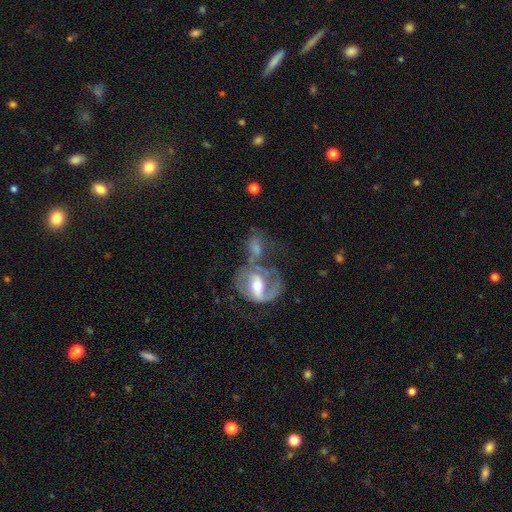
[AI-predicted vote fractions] Q: Smooth or featured?
A: featured or disk (66%); runner-up: smooth (23%)
Q: Edge-on disk?
A: no (94%); runner-up: yes (6%)
Q: Bar?
A: no (45%); runner-up: weak (36%)
Q: Spiral arms?
A: yes (65%); runner-up: no (35%)
Q: Bulge size?
A: moderate (72%); runner-up: small (16%)
Q: Merging?
A: merger (43%); runner-up: none (31%)